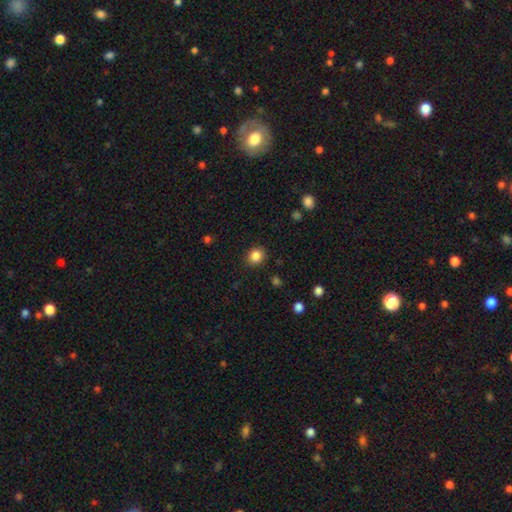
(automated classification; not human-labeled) A smooth galaxy with no disk features (86%) that is round (82%).

Vote fractions:
- Smooth or featured? smooth: 86% / star or artifact: 10% / featured or disk: 4%
- How rounded? round: 82% / in between: 17% / cigar-shaped: 1%
- Merging? none: 89% / minor disturbance: 7% / major disturbance: 3% / merger: 1%